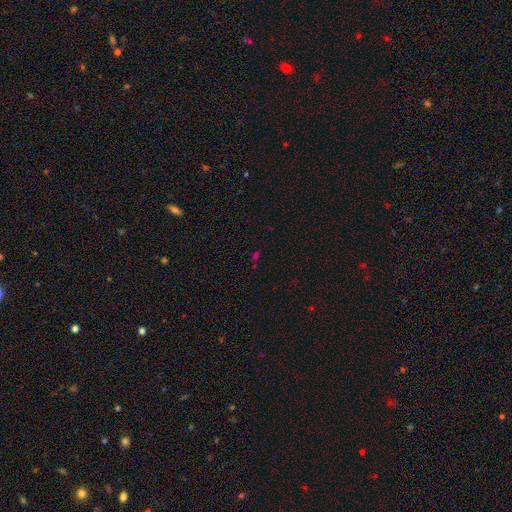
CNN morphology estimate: type=star or artifact (54%).